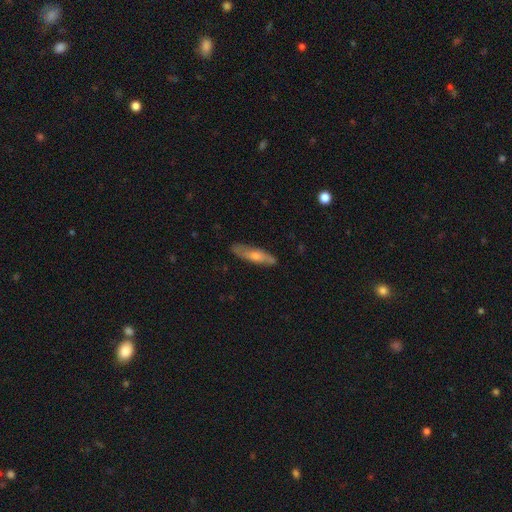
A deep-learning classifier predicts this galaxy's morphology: smooth 48%, featured or disk 46%, star or artifact 6%. Down the decision tree: merging — none (81%).